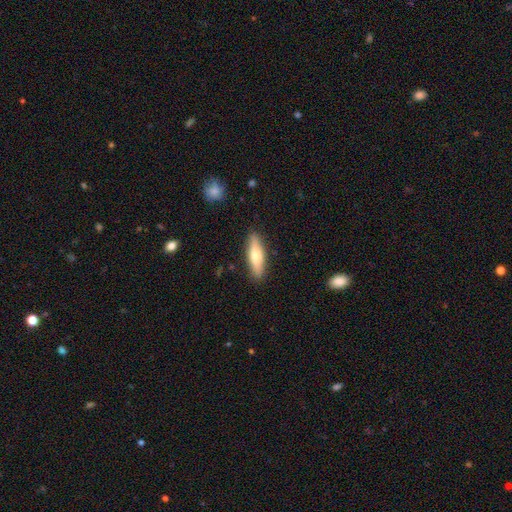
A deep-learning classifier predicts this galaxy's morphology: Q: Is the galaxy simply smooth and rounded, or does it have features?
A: smooth — 60%.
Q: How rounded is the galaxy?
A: cigar-shaped — 62%.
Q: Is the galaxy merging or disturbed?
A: none — 88%.